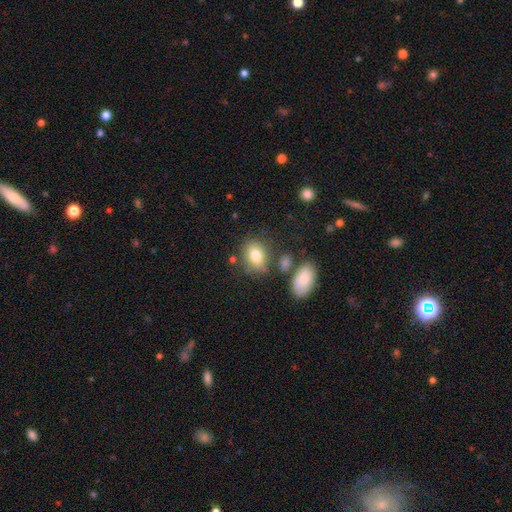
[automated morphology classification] A smooth galaxy with no disk features (78%) that is in between round and cigar-shaped (72%). Merging: none (70%).